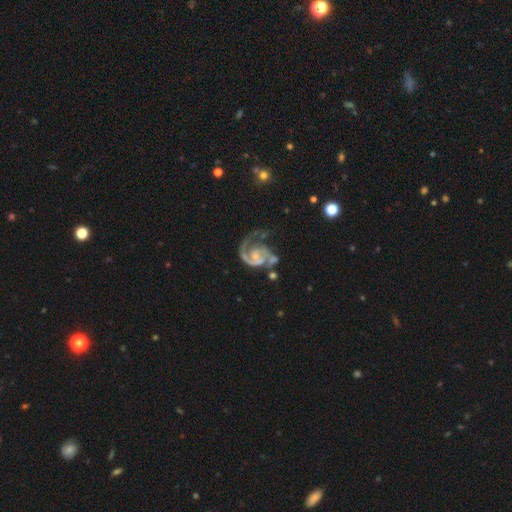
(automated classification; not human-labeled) Overall: featured or disk (89%). Edge-on disk: no (98%). Bar: no (61%; weak 32%). Spiral arms: yes (96%). Spiral arm count: 2 (54%; 1 35%). Spiral winding: medium (44%; tight 40%). Bulge size: small (46%; none 26%). Merging: none (39%; major disturbance 30%).